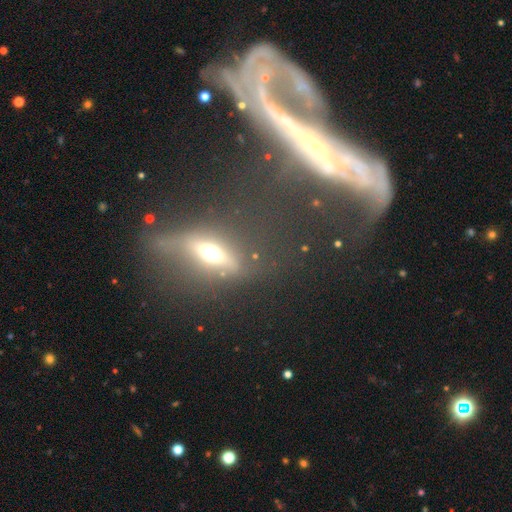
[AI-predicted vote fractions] A featured or disk galaxy (43%). Merging: none (60%).